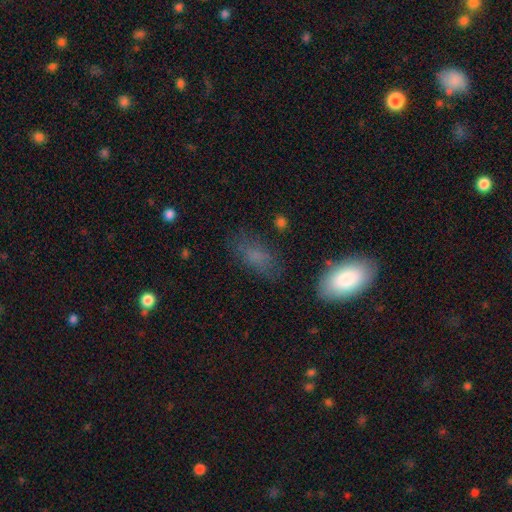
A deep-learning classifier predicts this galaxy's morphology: smooth 72%, featured or disk 14%, star or artifact 14%. Down the decision tree: how rounded — in between (87%); merging — none (69%).